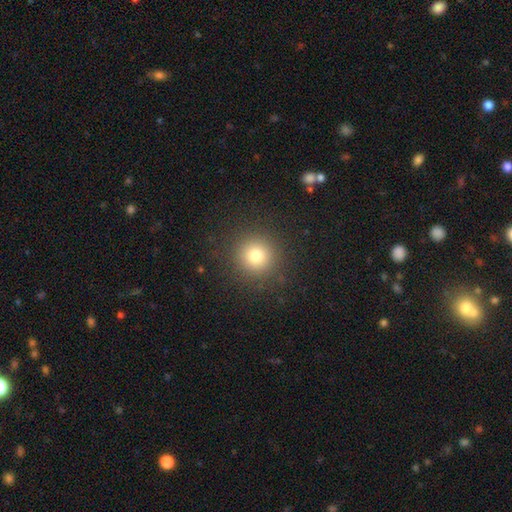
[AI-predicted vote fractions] Smooth or featured? Predicted: smooth (p=0.77). How rounded? Predicted: round (p=0.95). Merging? Predicted: none (p=0.90).